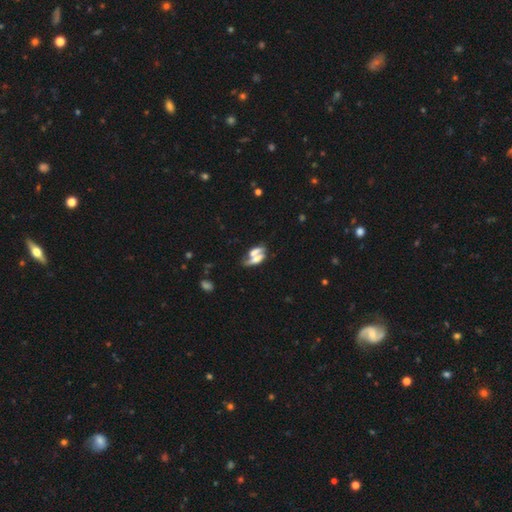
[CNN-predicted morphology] A smooth galaxy with no disk features (50%).

Vote fractions:
- Smooth or featured? smooth: 50% / featured or disk: 36% / star or artifact: 15%
- Merging? merger: 56% / none: 27% / minor disturbance: 9% / major disturbance: 8%